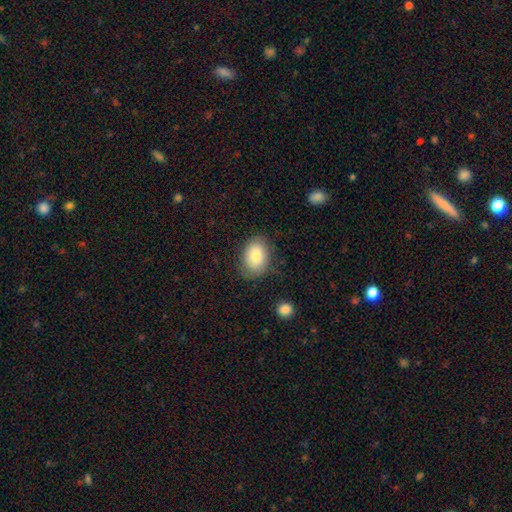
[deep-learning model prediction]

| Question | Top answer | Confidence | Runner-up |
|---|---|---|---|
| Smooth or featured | smooth | 82% | featured or disk (11%) |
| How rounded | in between | 79% | round (20%) |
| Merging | none | 77% | minor disturbance (17%) |